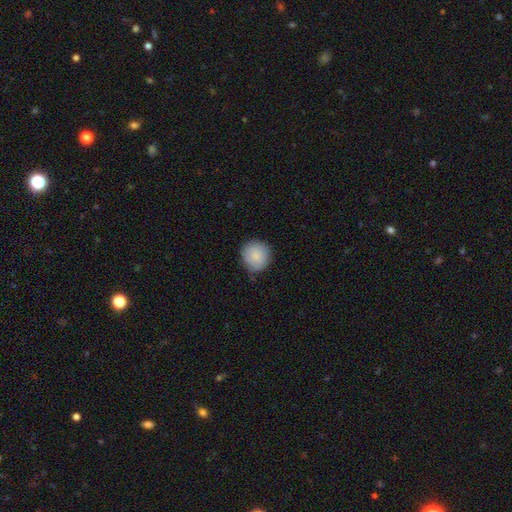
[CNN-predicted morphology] Smooth or featured? Predicted: smooth (p=0.85). How rounded? Predicted: round (p=0.91). Merging? Predicted: none (p=0.74).